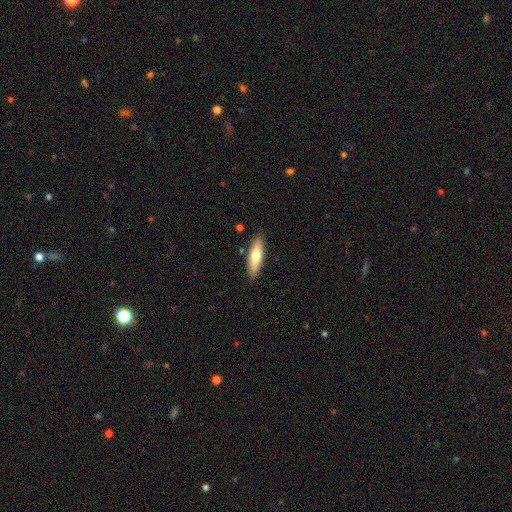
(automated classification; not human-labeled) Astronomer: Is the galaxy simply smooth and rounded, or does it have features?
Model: smooth — 70%.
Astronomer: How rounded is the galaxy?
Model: cigar-shaped — 59% (runner-up: in between, 39%).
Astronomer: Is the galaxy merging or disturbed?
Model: none — 86%.